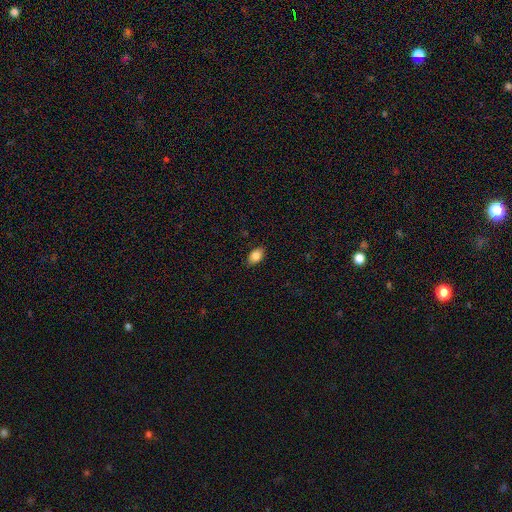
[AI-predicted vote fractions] smooth_or_featured: smooth (p=0.85) [alt: star or artifact p=0.08]
how_rounded: in between (p=0.88) [alt: round p=0.10]
merging: none (p=0.88) [alt: minor disturbance p=0.09]